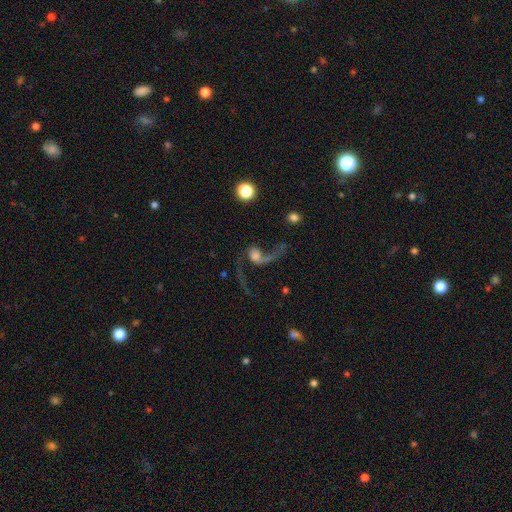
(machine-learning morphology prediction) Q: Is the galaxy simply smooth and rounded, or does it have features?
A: featured or disk — 67%.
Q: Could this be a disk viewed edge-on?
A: no — 96%.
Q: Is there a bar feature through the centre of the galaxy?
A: no — 70%.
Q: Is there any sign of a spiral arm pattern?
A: yes — 86%.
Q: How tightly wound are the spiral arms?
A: loose — 89%.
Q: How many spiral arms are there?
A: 2 — 63%.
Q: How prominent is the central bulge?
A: moderate — 27%.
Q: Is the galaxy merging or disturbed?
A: major disturbance — 44%.